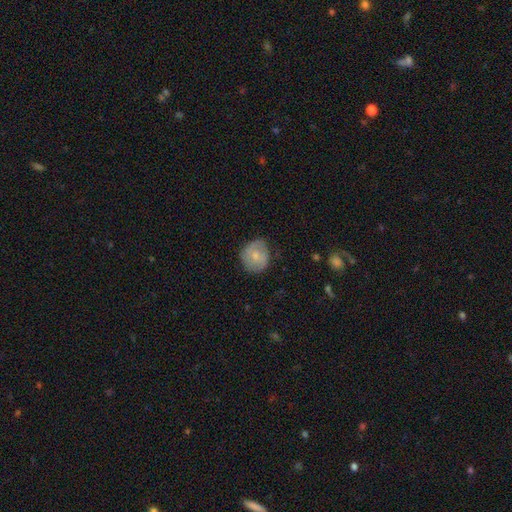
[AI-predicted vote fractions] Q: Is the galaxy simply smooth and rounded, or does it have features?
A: smooth — 64%.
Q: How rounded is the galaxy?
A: round — 84%.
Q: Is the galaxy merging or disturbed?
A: none — 74%.